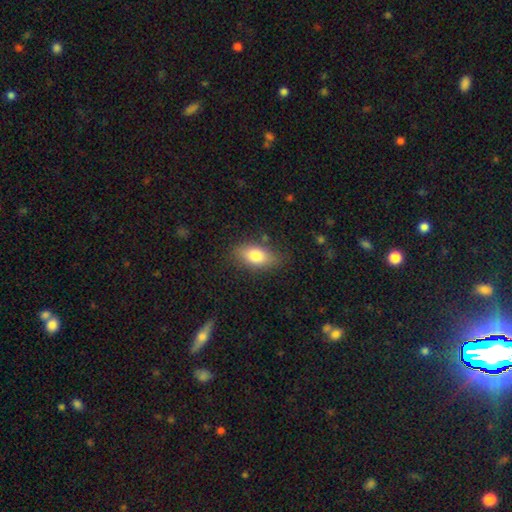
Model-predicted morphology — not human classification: A smooth galaxy with no disk features (79%) that is in between round and cigar-shaped (87%).

Vote fractions:
- Smooth or featured? smooth: 79% / featured or disk: 13% / star or artifact: 8%
- How rounded? in between: 87% / round: 6% / cigar-shaped: 6%
- Merging? none: 80% / minor disturbance: 14% / major disturbance: 4% / merger: 2%